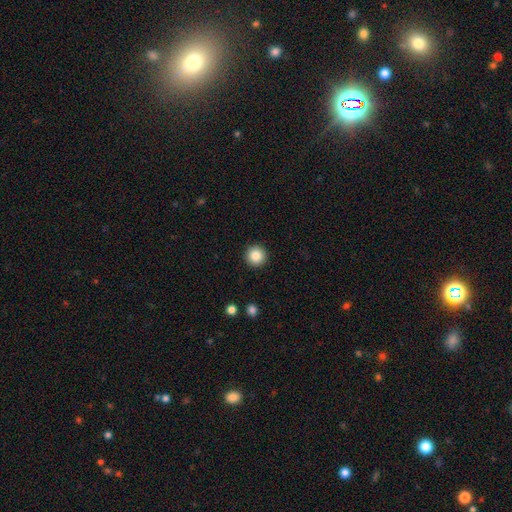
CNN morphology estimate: Overall: smooth (85%). How rounded: round (96%). Merging: none (93%).